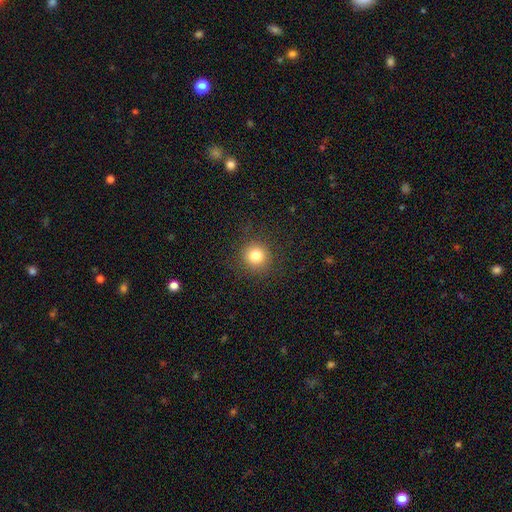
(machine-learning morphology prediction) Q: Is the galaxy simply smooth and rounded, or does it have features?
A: smooth — 81%.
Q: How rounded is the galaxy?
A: round — 93%.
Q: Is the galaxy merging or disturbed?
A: none — 89%.